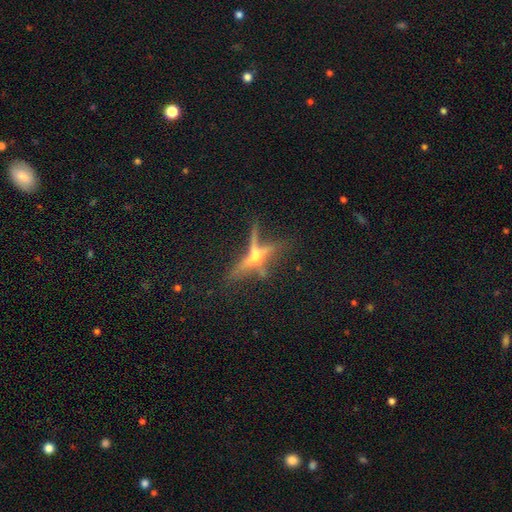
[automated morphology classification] A featured or disk galaxy (58%) viewed edge-on (78%). Merging: none (49%).